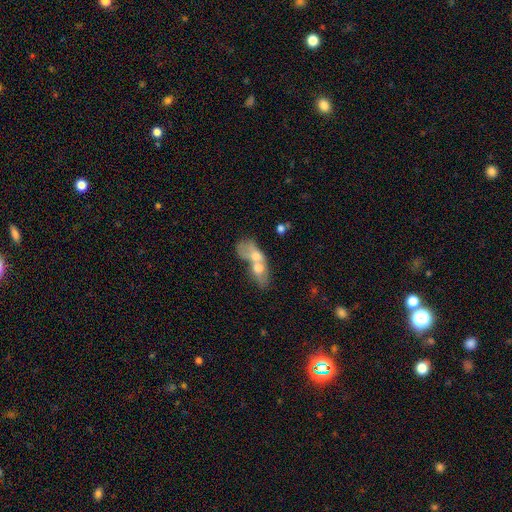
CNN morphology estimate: Smooth or featured: smooth — 55% (featured or disk — 37%)
How rounded: in between — 67% (round — 20%)
Merging: merger — 78% (major disturbance — 9%)